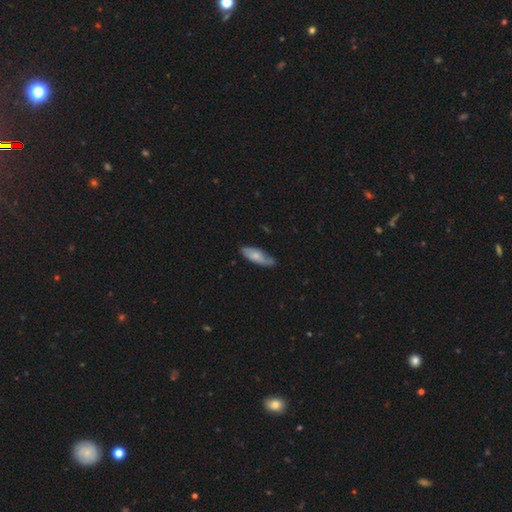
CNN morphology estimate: Smooth or featured?
  - smooth: 60% *
  - featured or disk: 34%
  - star or artifact: 6%
How rounded?
  - in between: 63% *
  - cigar-shaped: 34%
  - round: 2%
Merging?
  - none: 69% *
  - minor disturbance: 25%
  - major disturbance: 5%
  - merger: 2%